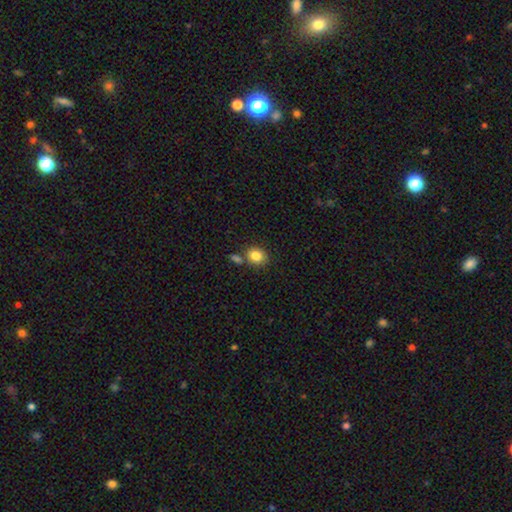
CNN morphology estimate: Smooth or featured?
  - smooth: 84% *
  - star or artifact: 9%
  - featured or disk: 7%
How rounded?
  - round: 57% *
  - in between: 42%
  - cigar-shaped: 1%
Merging?
  - none: 67% *
  - merger: 19%
  - minor disturbance: 11%
  - major disturbance: 3%